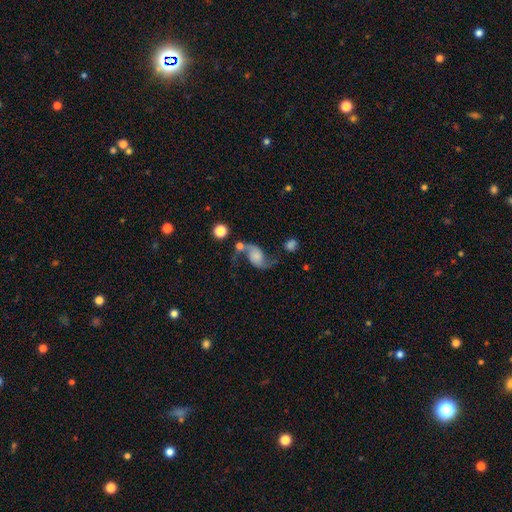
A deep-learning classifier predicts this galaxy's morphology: The model was most divided on "bulge size": none: 34%, small: 26%, moderate: 20%, large: 14%, dominant: 6%. More confident: edge-on disk — no (97%); spiral arms — yes (95%); spiral arm count — 2 (92%); spiral winding — loose (82%); smooth or featured — featured or disk (77%); bar — no (66%); merging — none (52%).